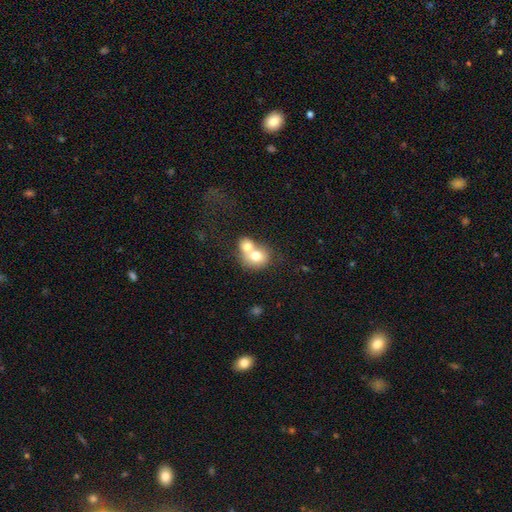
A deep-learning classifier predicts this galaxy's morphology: Smooth or featured? smooth (70%)
How rounded? round (64%)
Merging? merger (72%)